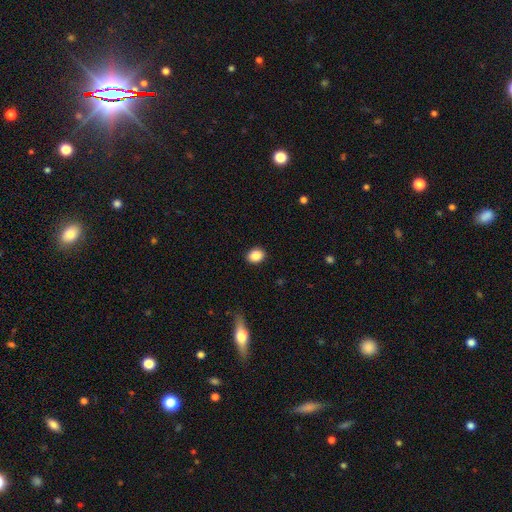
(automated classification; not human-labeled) Smooth or featured? smooth (87%)
How rounded? round (52%)
Merging? none (90%)